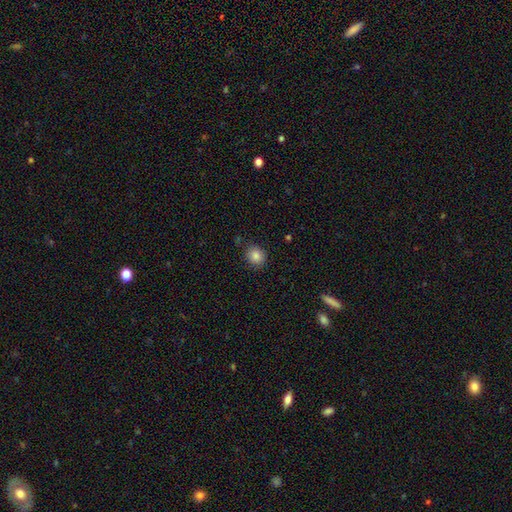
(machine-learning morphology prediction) Overall: smooth (84%). How rounded: round (81%). Merging: none (85%).